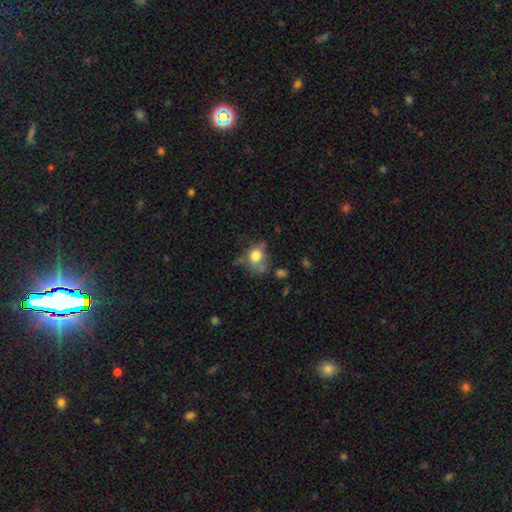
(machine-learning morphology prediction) smooth-or-featured: smooth: 73% | featured or disk: 16% | star or artifact: 11%
  how-rounded: round: 64% | in between: 34% | cigar-shaped: 1%
  merging: none: 46% | minor disturbance: 28% | major disturbance: 17% | merger: 9%